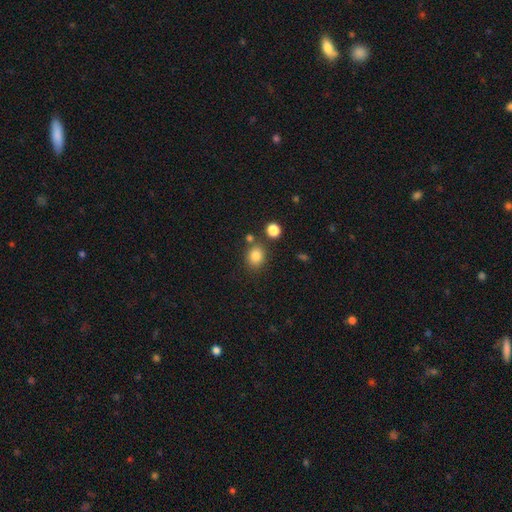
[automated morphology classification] Smooth or featured? Predicted: smooth (p=0.83). How rounded? Predicted: round (p=0.59). Merging? Predicted: none (p=0.76).